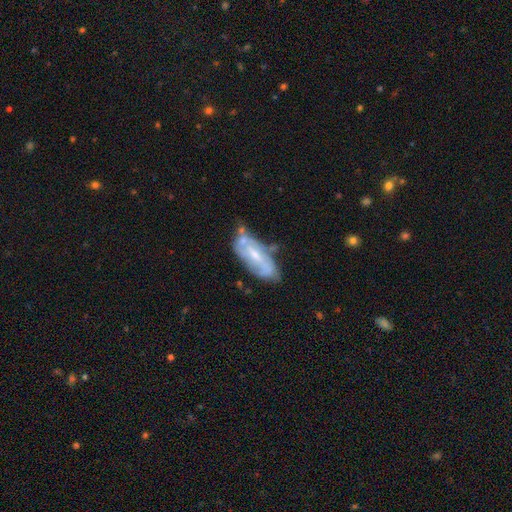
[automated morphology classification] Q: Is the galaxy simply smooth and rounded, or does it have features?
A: featured or disk — 65%.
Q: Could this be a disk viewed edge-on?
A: no — 88%.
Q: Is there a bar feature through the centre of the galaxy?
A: weak — 42%.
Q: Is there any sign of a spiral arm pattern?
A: yes — 67%.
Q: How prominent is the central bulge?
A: small — 55%.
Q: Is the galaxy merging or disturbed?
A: none — 47%.